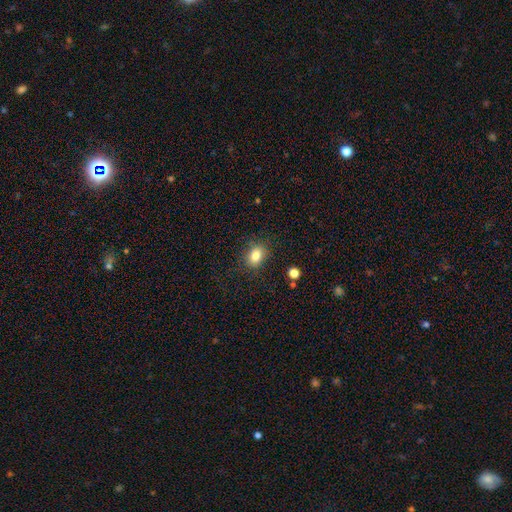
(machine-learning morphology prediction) A smooth galaxy with no disk features (83%) that is in between round and cigar-shaped (66%). Merging: none (84%).